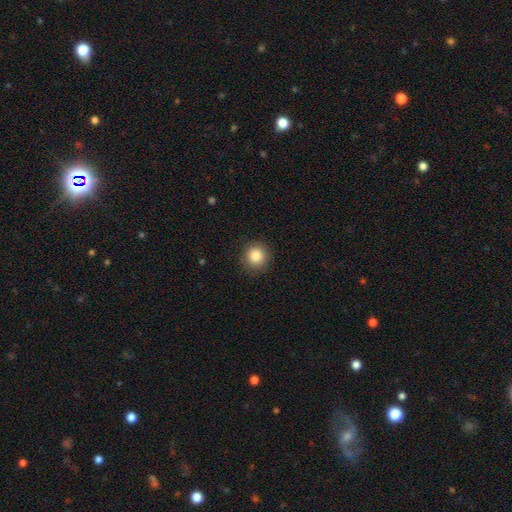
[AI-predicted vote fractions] This is clearly a smooth galaxy (85%). How rounded: clearly round (93%). Merging: clearly none (90%).